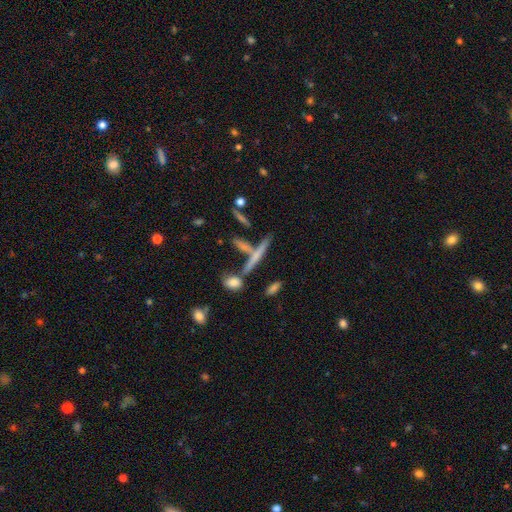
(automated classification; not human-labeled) Morphology: type=smooth (45%); merging=none (57%).